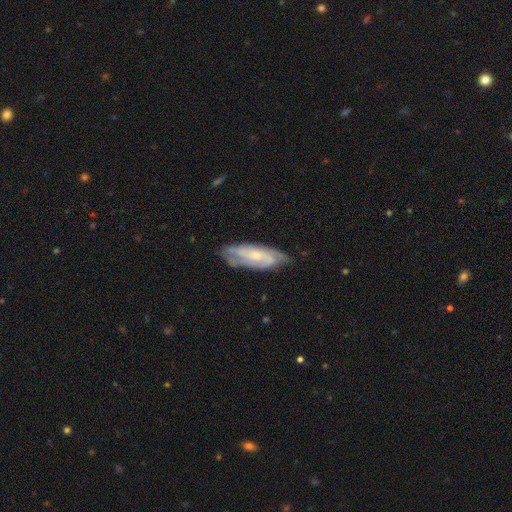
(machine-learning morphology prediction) This appears to be a featured or disk galaxy (67%) with no bar (63%), spiral arms (84%) and a small central bulge (68%). Merging: none (71%).